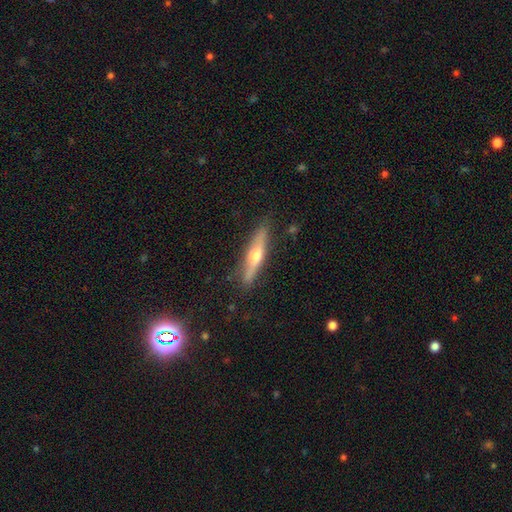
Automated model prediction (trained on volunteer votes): Overall: featured or disk (61%; smooth 32%). Edge-on disk: yes (94%). Edge-on bulge: rounded (87%). Merging: none (86%).